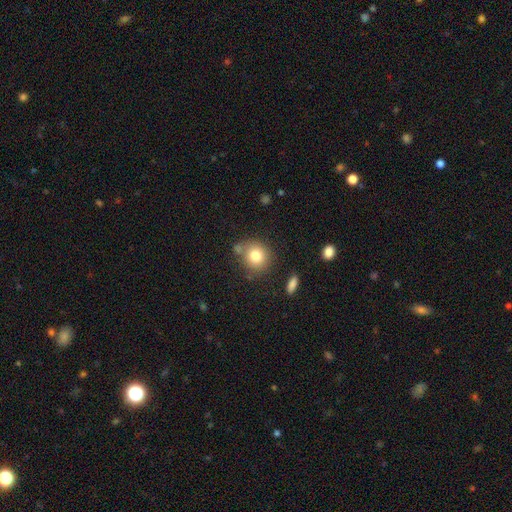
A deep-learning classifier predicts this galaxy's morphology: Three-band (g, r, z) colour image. It shows a smooth galaxy with no disk features (79%) that is round (85%). Merging: none (68%).